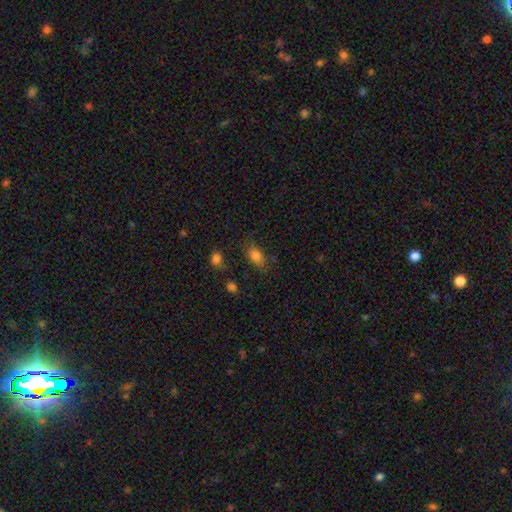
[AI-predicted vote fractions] smooth 80%, star or artifact 11%, featured or disk 9%. Down the decision tree: how rounded — in between (83%); merging — none (68%).